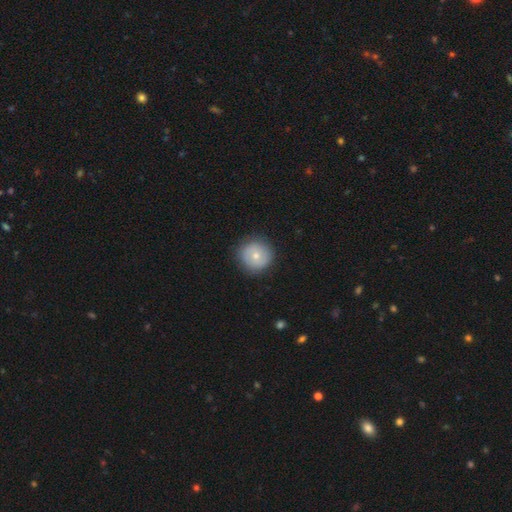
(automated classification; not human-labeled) Q: Smooth or featured?
A: smooth (65%); runner-up: featured or disk (28%)
Q: How rounded?
A: round (93%); runner-up: in between (6%)
Q: Merging?
A: none (86%); runner-up: minor disturbance (11%)